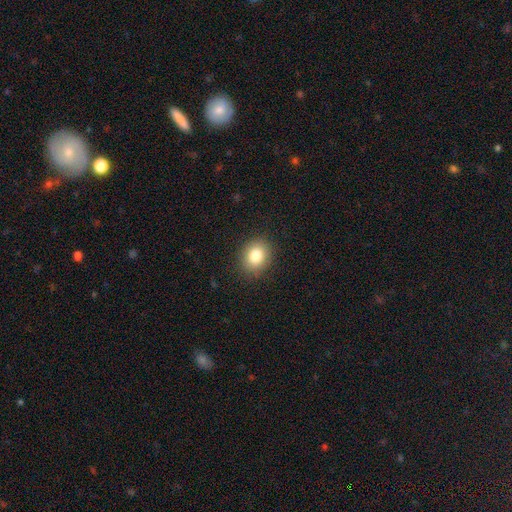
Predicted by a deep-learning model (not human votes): Smooth or featured? smooth (82%)
How rounded? round (56%)
Merging? none (88%)